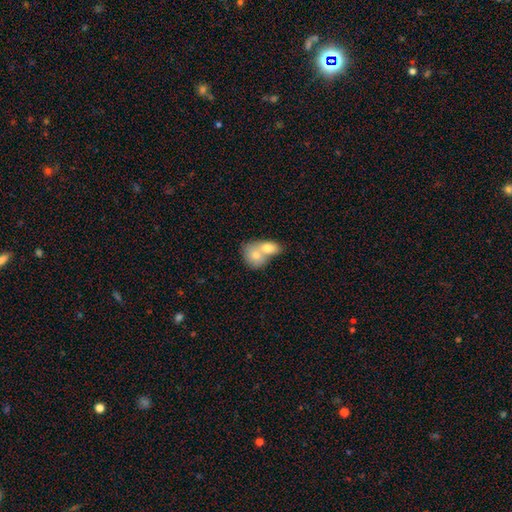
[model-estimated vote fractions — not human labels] The model was most divided on "how rounded": in between: 55%, round: 43%, cigar-shaped: 2%. More confident: merging — merger (75%); smooth or featured — smooth (74%).